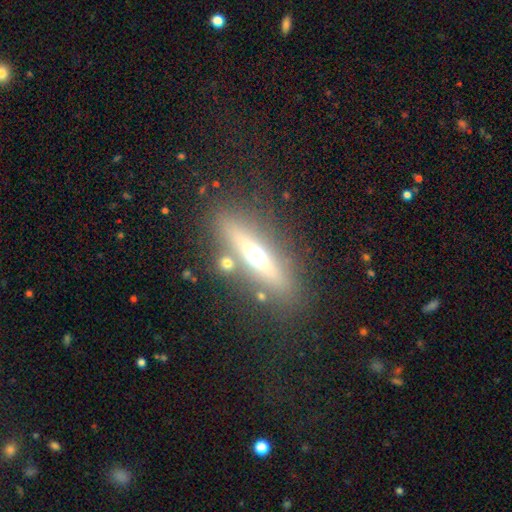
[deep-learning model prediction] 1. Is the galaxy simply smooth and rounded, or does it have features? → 59% featured or disk, 31% smooth, 10% star or artifact.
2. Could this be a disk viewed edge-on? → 87% yes, 13% no.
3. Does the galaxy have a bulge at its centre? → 93% rounded, 4% none, 3% boxy.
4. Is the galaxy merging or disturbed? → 79% none, 10% minor disturbance, 6% merger, 5% major disturbance.